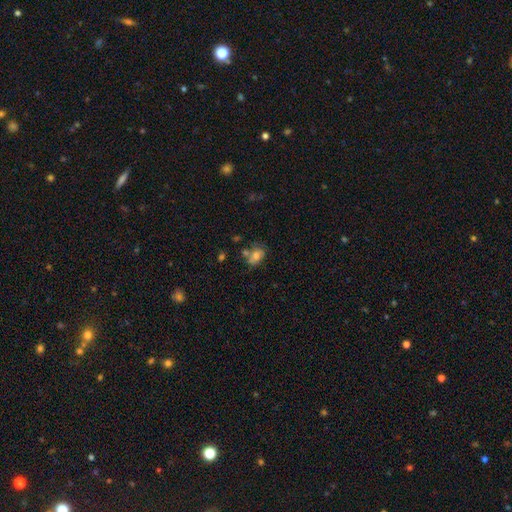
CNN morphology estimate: Q: Smooth or featured?
A: smooth (67%); runner-up: featured or disk (22%)
Q: How rounded?
A: in between (70%); runner-up: round (29%)
Q: Merging?
A: none (48%); runner-up: merger (23%)